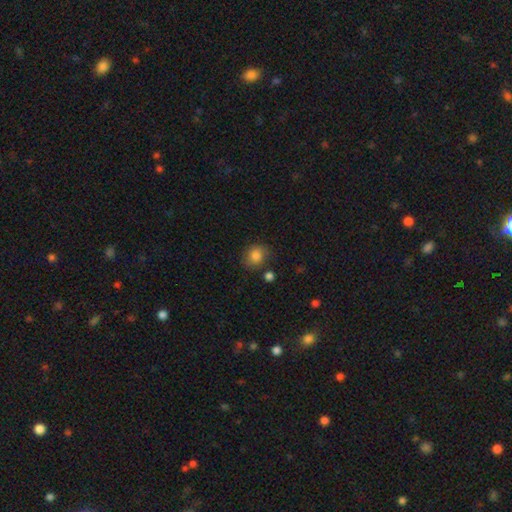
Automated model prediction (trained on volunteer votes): Smooth or featured?
  - smooth: 82% *
  - star or artifact: 10%
  - featured or disk: 7%
How rounded?
  - round: 69% *
  - in between: 30%
  - cigar-shaped: 1%
Merging?
  - none: 75% *
  - minor disturbance: 15%
  - merger: 5%
  - major disturbance: 4%